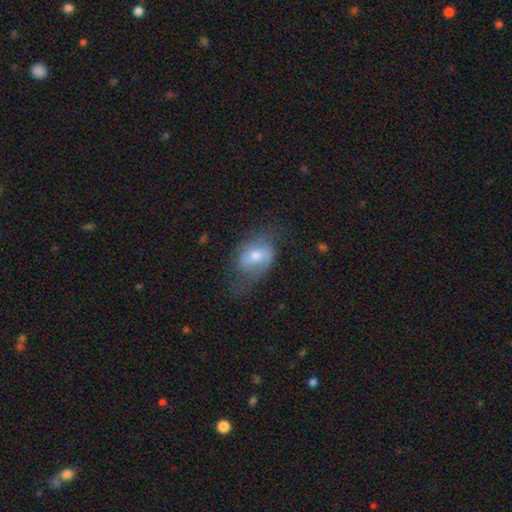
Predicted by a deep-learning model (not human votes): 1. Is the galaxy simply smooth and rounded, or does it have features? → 47% smooth, 45% featured or disk, 8% star or artifact.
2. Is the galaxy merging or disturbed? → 48% none, 28% minor disturbance, 22% major disturbance, 2% merger.